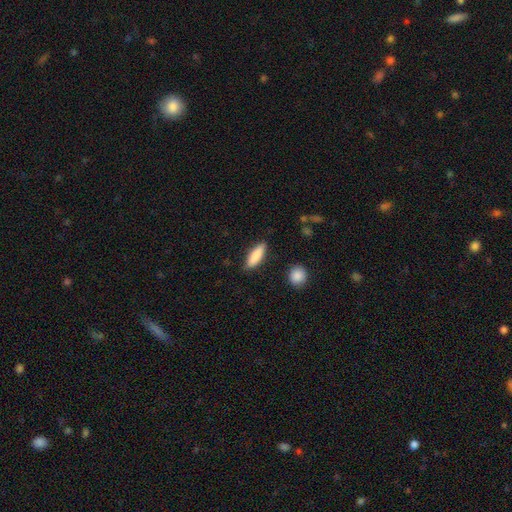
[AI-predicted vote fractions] Smooth or featured?
  - smooth: 84% *
  - featured or disk: 10%
  - star or artifact: 6%
How rounded?
  - cigar-shaped: 50% *
  - in between: 48%
  - round: 2%
Merging?
  - none: 84% *
  - minor disturbance: 11%
  - major disturbance: 3%
  - merger: 2%